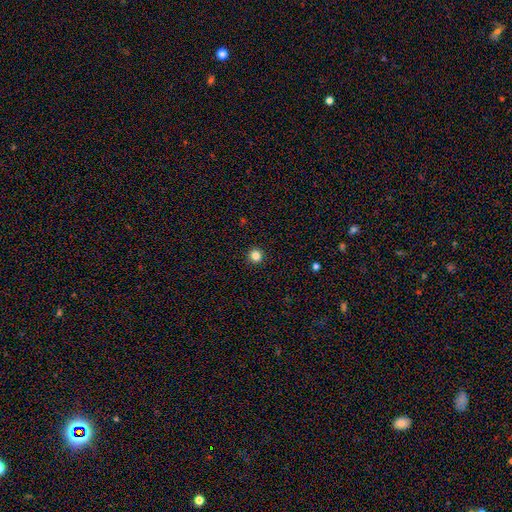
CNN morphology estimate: Smooth or featured: smooth — 84% (star or artifact — 12%)
How rounded: round — 95% (in between — 4%)
Merging: none — 93% (minor disturbance — 4%)